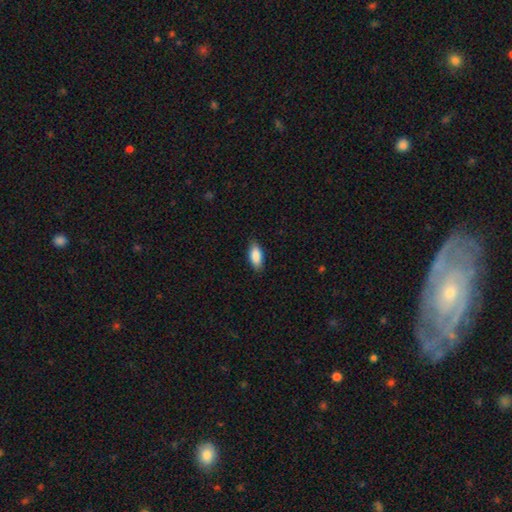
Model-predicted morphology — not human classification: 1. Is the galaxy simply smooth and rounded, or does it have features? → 88% smooth, 6% featured or disk, 6% star or artifact.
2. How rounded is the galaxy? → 86% in between, 12% cigar-shaped, 2% round.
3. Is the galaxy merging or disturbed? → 86% none, 11% minor disturbance, 2% major disturbance, 1% merger.